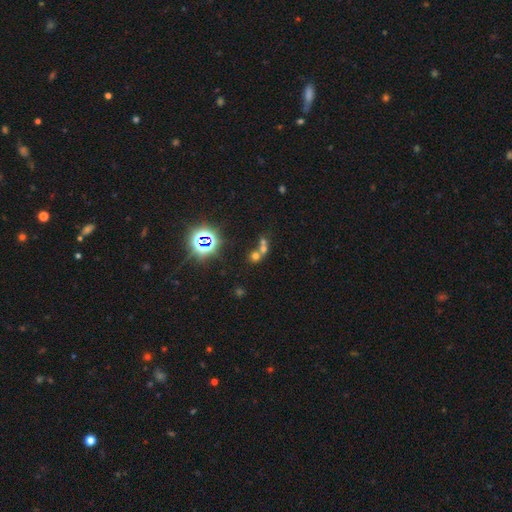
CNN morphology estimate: A smooth galaxy with no disk features (49%).

Vote fractions:
- Smooth or featured? smooth: 49% / star or artifact: 36% / featured or disk: 15%
- Merging? merger: 56% / none: 34% / minor disturbance: 6% / major disturbance: 4%